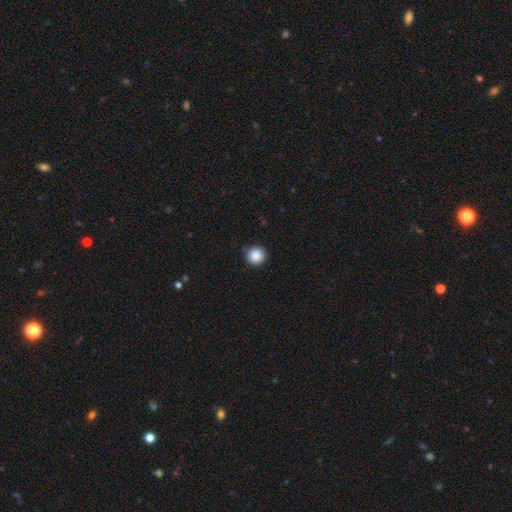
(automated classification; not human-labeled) A smooth galaxy with no disk features (88%) that is round (94%). Merging: none (88%).